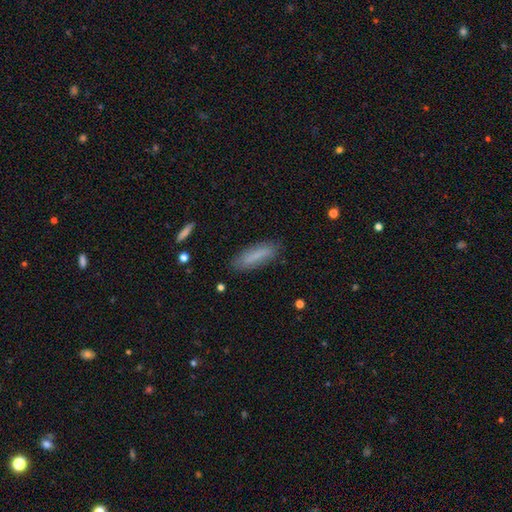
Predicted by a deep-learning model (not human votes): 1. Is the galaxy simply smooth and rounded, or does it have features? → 76% smooth, 17% featured or disk, 7% star or artifact.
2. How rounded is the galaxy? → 61% cigar-shaped, 37% in between, 2% round.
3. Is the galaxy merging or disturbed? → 82% none, 13% minor disturbance, 3% major disturbance, 2% merger.